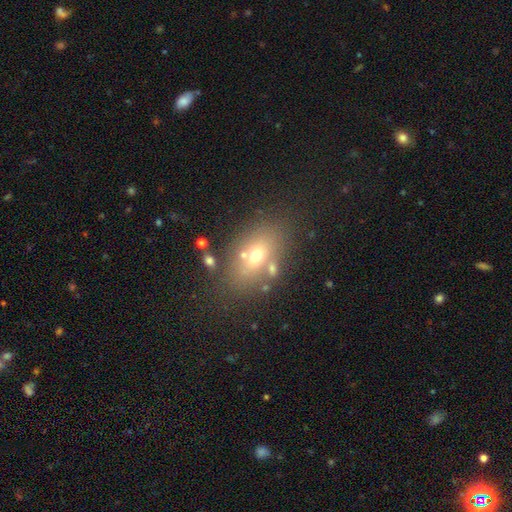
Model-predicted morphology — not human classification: smooth-or-featured: smooth: 60% | featured or disk: 24% | star or artifact: 16%
  how-rounded: in between: 77% | round: 19% | cigar-shaped: 3%
  merging: none: 68% | merger: 13% | minor disturbance: 13% | major disturbance: 6%